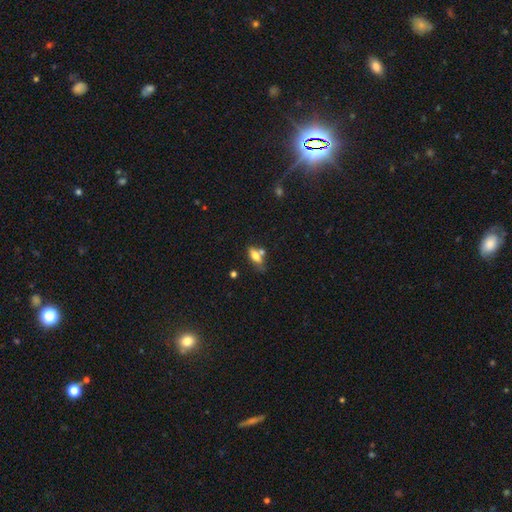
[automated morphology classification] A smooth galaxy with no disk features (61%) that is in between round and cigar-shaped (67%). Merging: none (53%).